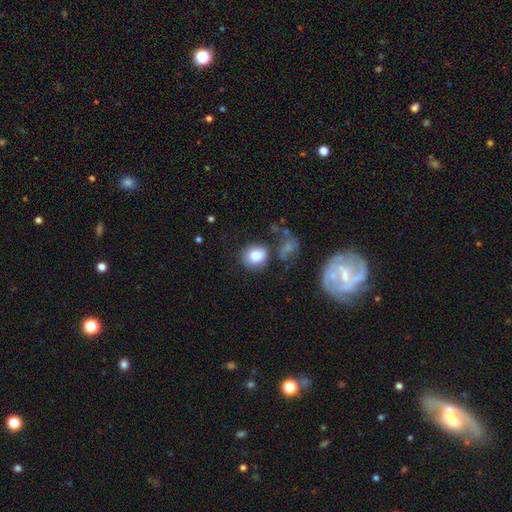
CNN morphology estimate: type=smooth (81%); roundness=round (77%); merging=none (75%).